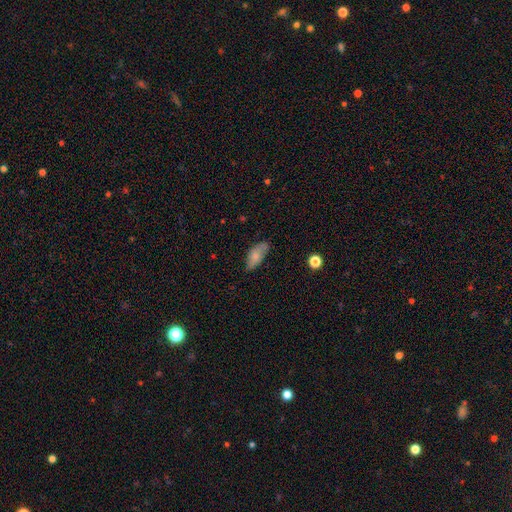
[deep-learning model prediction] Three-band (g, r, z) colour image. It shows a smooth galaxy with no disk features (74%) that is in between round and cigar-shaped (87%). Merging: none (63%).